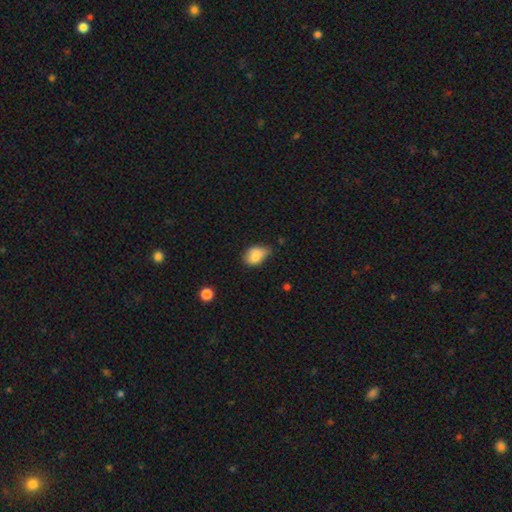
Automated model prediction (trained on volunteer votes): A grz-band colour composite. It shows a smooth galaxy with no disk features (80%) that is in between round and cigar-shaped (75%). Merging: minor disturbance (46%).